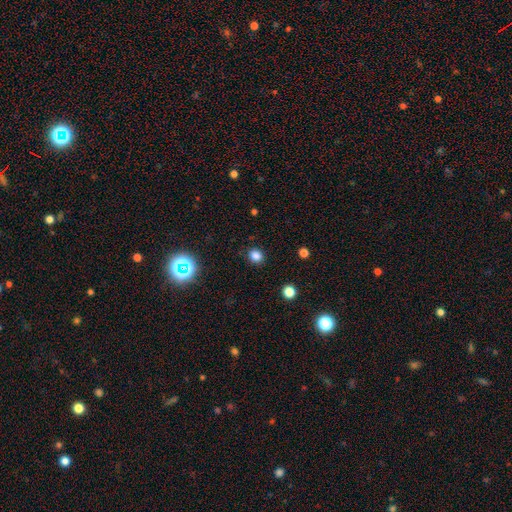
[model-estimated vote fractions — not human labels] Overall: smooth (80%). How rounded: round (79%). Merging: none (89%).